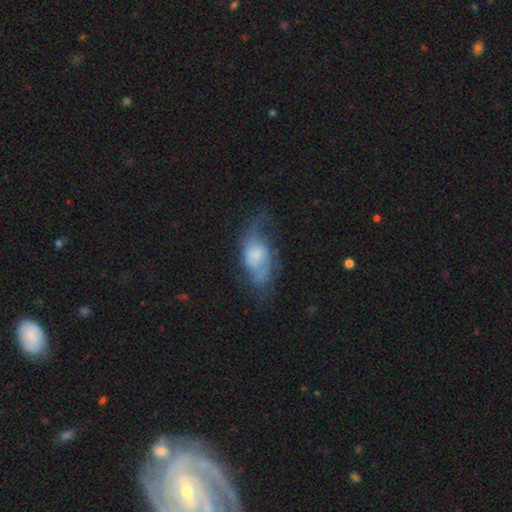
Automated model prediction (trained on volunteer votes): Smooth or featured: featured or disk — 58% (smooth — 34%)
Edge-on disk: no — 92% (yes — 8%)
Bar: no — 68% (weak — 27%)
Spiral arms: yes — 76% (no — 24%)
Bulge size: moderate — 34% (large — 25%)
Merging: none — 44% (major disturbance — 27%)